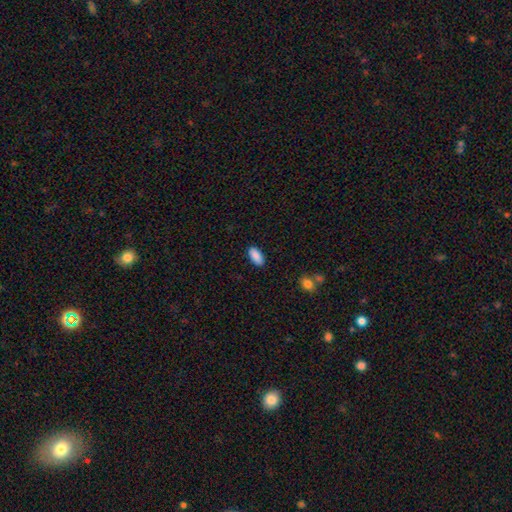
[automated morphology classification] smooth 89%, star or artifact 7%, featured or disk 4%. Down the decision tree: how rounded — in between (88%); merging — none (88%).